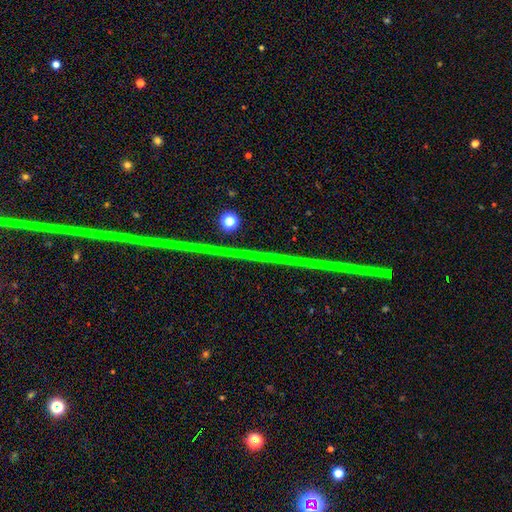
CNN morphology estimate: smooth_or_featured: star or artifact (p=0.86) [alt: featured or disk p=0.09]